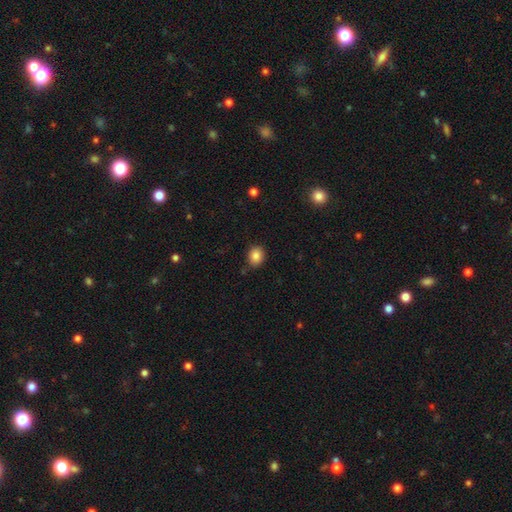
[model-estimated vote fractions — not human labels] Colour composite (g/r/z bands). It shows a smooth galaxy with no disk features (85%) that is round (62%). Merging: none (84%).